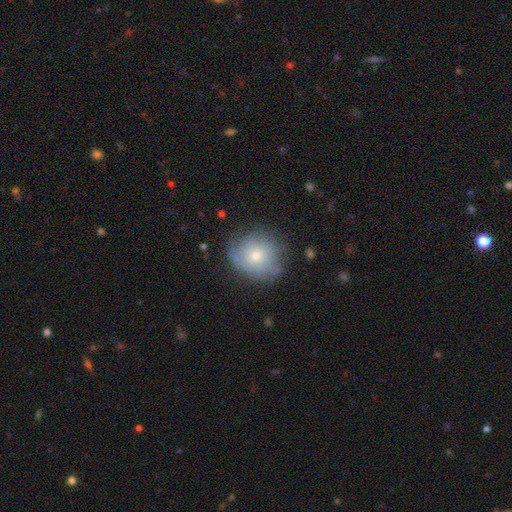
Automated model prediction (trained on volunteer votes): Q: Smooth or featured?
A: smooth (58%); runner-up: featured or disk (33%)
Q: How rounded?
A: round (81%); runner-up: in between (18%)
Q: Merging?
A: none (68%); runner-up: minor disturbance (23%)